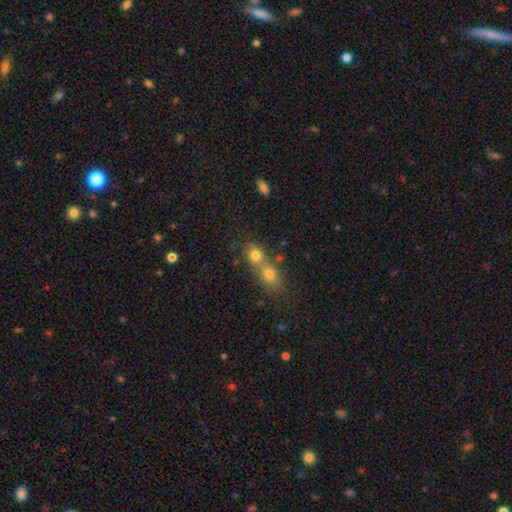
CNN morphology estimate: smooth-or-featured: smooth: 72% | star or artifact: 15% | featured or disk: 13%
  how-rounded: round: 68% | in between: 30% | cigar-shaped: 2%
  merging: merger: 62% | none: 30% | minor disturbance: 5% | major disturbance: 3%